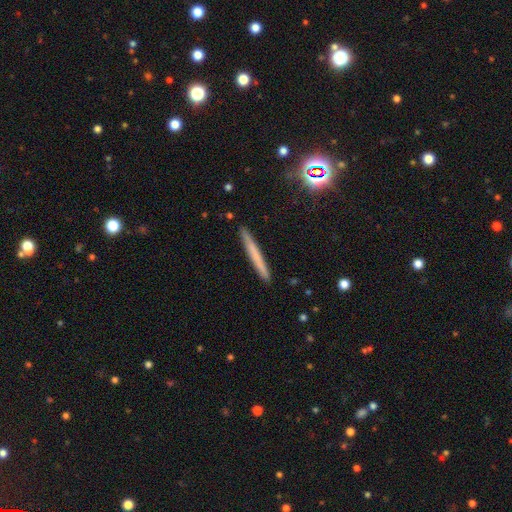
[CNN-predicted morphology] Smooth or featured? Predicted: smooth (p=0.60). How rounded? Predicted: cigar-shaped (p=0.97). Merging? Predicted: none (p=0.92).